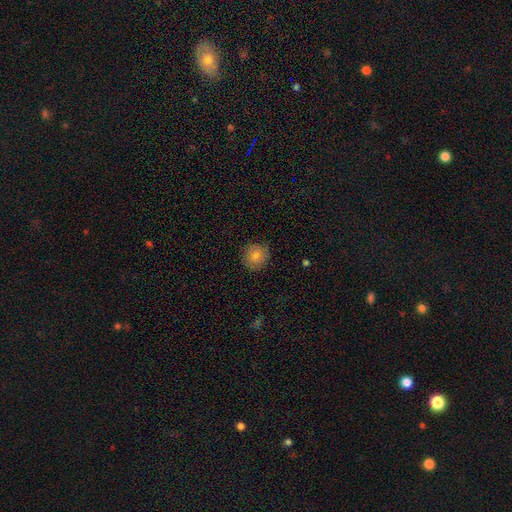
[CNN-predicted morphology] Smooth or featured?
  - smooth: 81% *
  - featured or disk: 11%
  - star or artifact: 9%
How rounded?
  - round: 91% *
  - in between: 9%
  - cigar-shaped: 1%
Merging?
  - none: 85% *
  - minor disturbance: 12%
  - major disturbance: 2%
  - merger: 1%